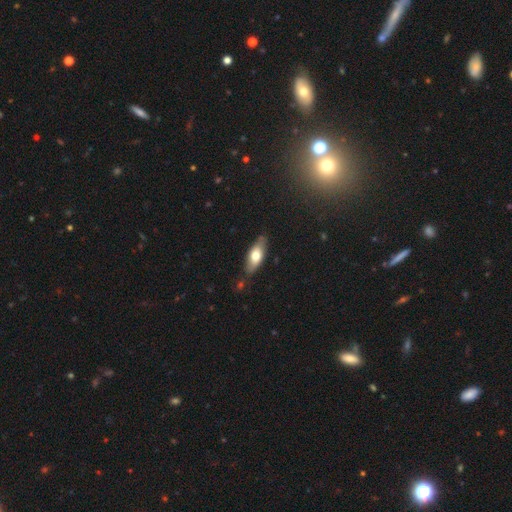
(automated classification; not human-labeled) This is likely a smooth galaxy (64%). How rounded: likely in between (73%). Merging: likely none (80%).